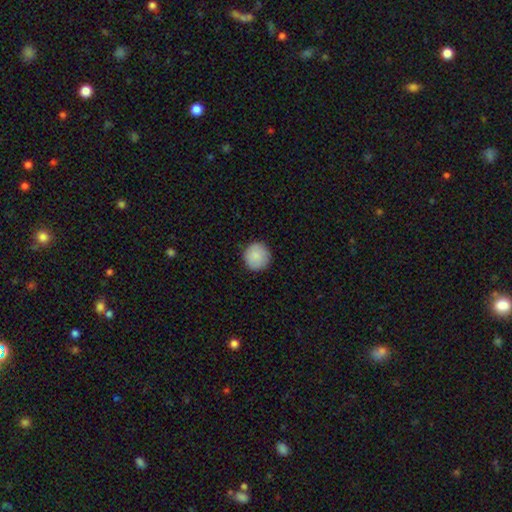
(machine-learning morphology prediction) This is clearly a smooth galaxy (87%). How rounded: clearly round (94%). Merging: clearly none (88%).